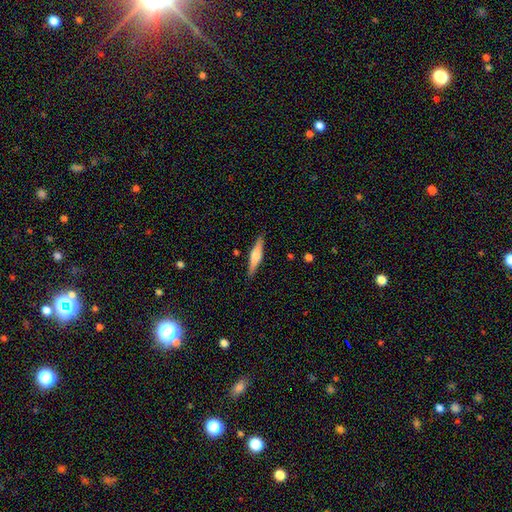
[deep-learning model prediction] This appears to be a featured or disk galaxy (55%) viewed edge-on (97%) with a rounded central bulge (79%). Merging: none (89%).